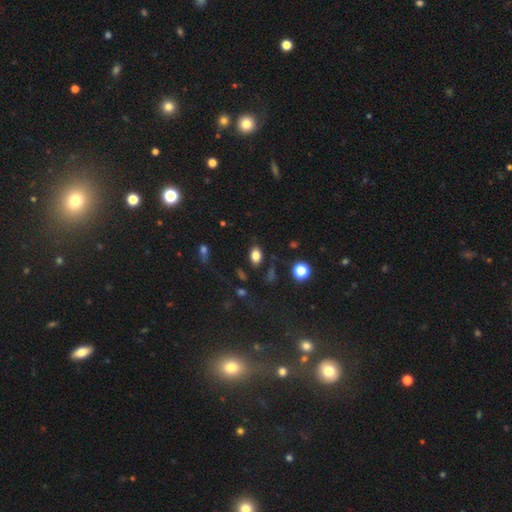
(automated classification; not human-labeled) This appears to be a smooth galaxy with no disk features (81%) that is in between round and cigar-shaped (83%). Merging: none (81%).